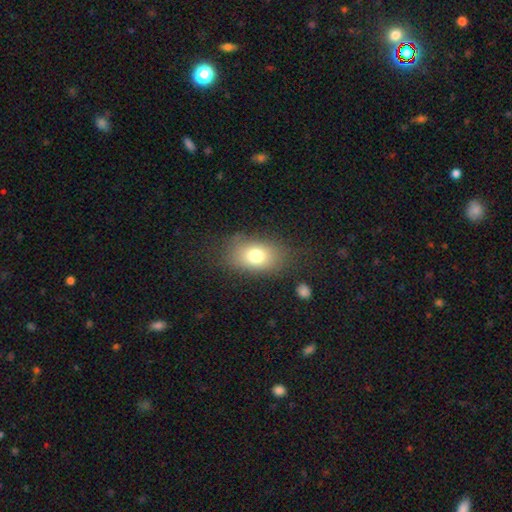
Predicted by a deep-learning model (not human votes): smooth_or_featured: smooth (p=0.75) [alt: featured or disk p=0.14]
how_rounded: in between (p=0.80) [alt: round p=0.18]
merging: none (p=0.73) [alt: minor disturbance p=0.16]